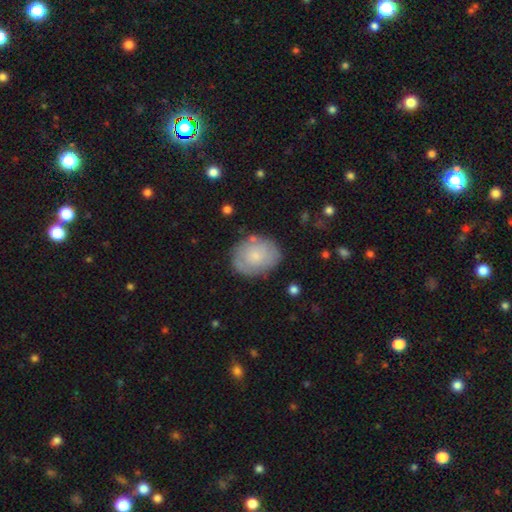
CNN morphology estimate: Smooth or featured? Predicted: smooth (p=0.60). How rounded? Predicted: in between (p=0.52). Merging? Predicted: none (p=0.77).